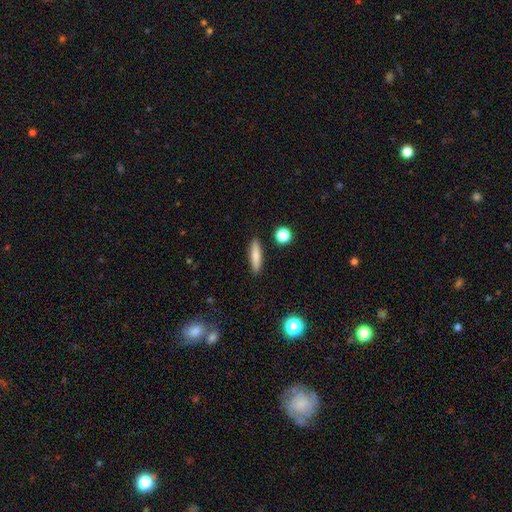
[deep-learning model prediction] This is likely a smooth galaxy (76%). How rounded: likely cigar-shaped (77%). Merging: clearly none (90%).